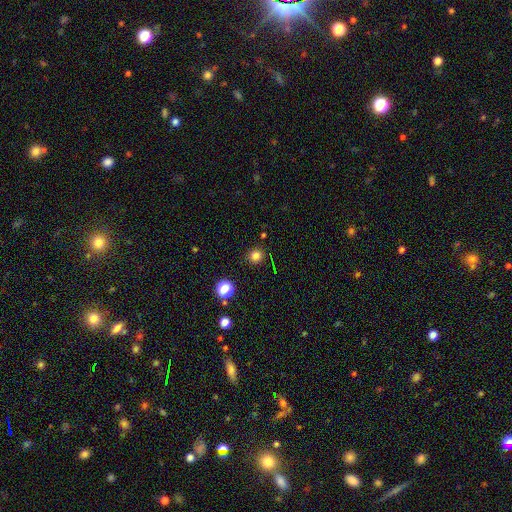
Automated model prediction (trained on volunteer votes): Overall: smooth (78%). How rounded: round (89%). Merging: none (88%).